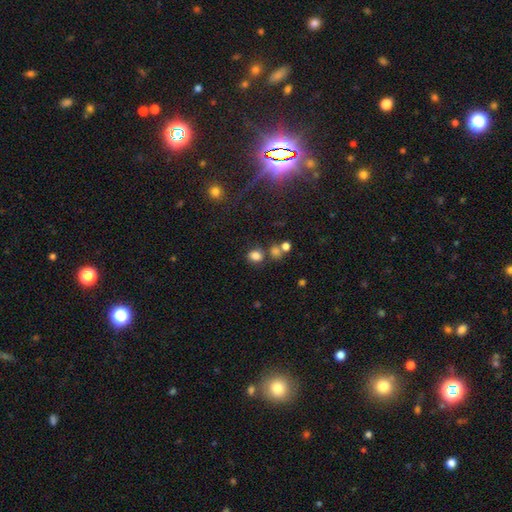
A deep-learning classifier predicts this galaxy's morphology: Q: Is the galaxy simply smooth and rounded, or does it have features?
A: smooth — 79%.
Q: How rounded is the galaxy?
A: round — 54%.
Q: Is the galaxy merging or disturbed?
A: none — 65%.